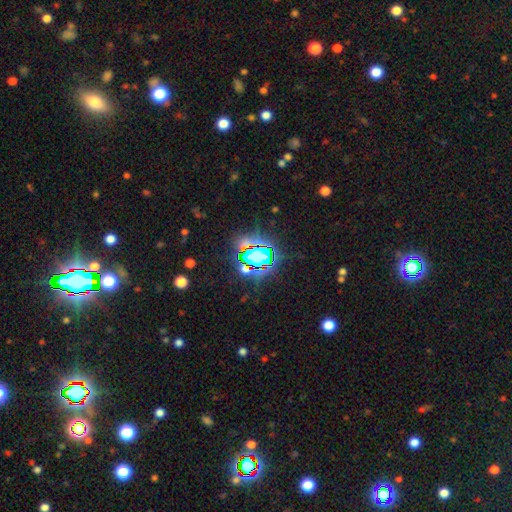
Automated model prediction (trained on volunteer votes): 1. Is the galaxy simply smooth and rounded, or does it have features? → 69% star or artifact, 19% smooth, 12% featured or disk.